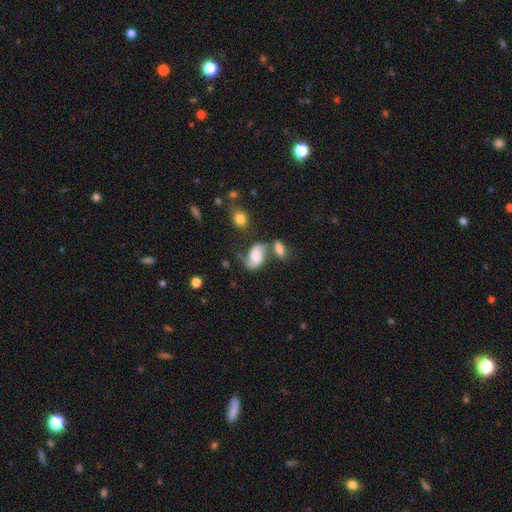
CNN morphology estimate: The model was most divided on "bulge size": large: 31%, moderate: 30%, small: 17%, none: 16%, dominant: 6%. Remaining: edge-on disk — no (96%); spiral arms — yes (87%); bar — no (61%); smooth or featured — featured or disk (58%); merging — none (41%).